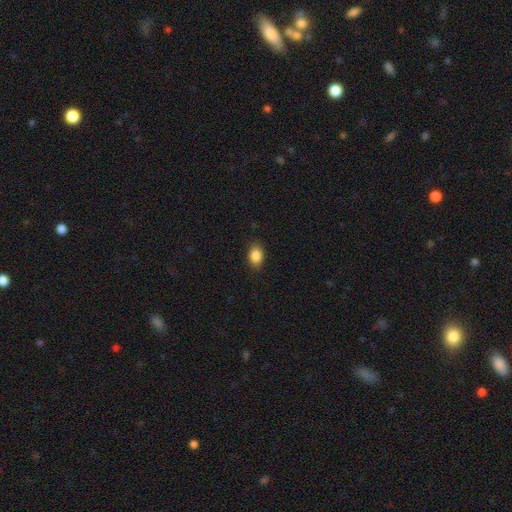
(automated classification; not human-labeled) This appears to be a smooth galaxy with no disk features (87%) that is in between round and cigar-shaped (80%). Merging: none (87%).